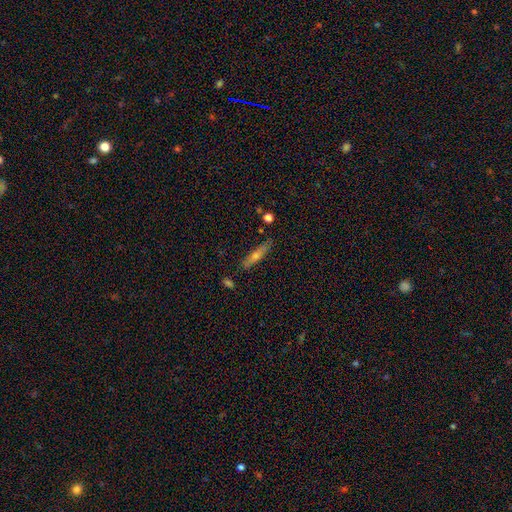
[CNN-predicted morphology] smooth-or-featured: featured or disk: 48% | smooth: 44% | star or artifact: 9%
  merging: none: 84% | minor disturbance: 11% | merger: 3% | major disturbance: 2%